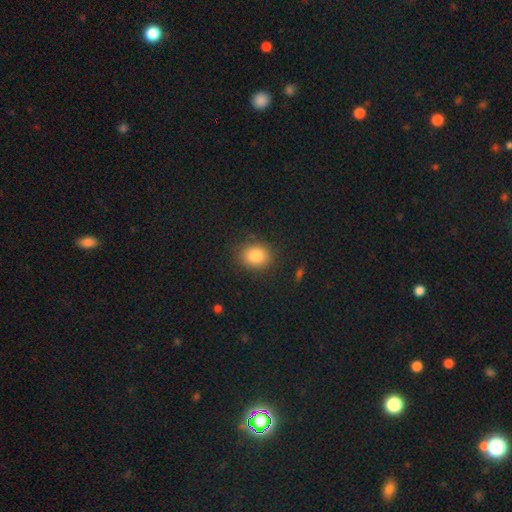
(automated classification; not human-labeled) smooth_or_featured: smooth (p=0.84) [alt: star or artifact p=0.10]
how_rounded: round (p=0.55) [alt: in between p=0.44]
merging: none (p=0.85) [alt: minor disturbance p=0.10]